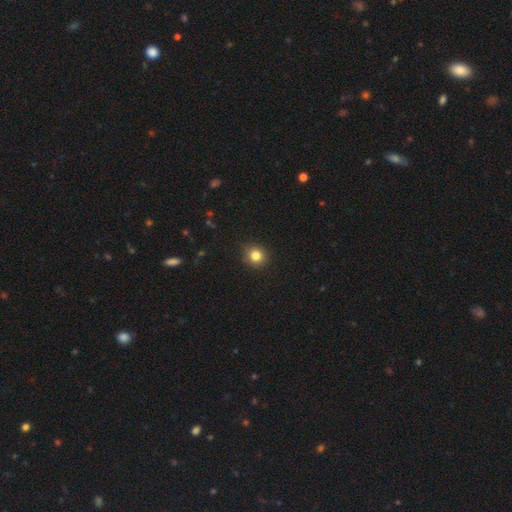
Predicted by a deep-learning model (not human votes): smooth 82%, star or artifact 12%, featured or disk 6%. Down the decision tree: how rounded — round (88%); merging — none (87%).